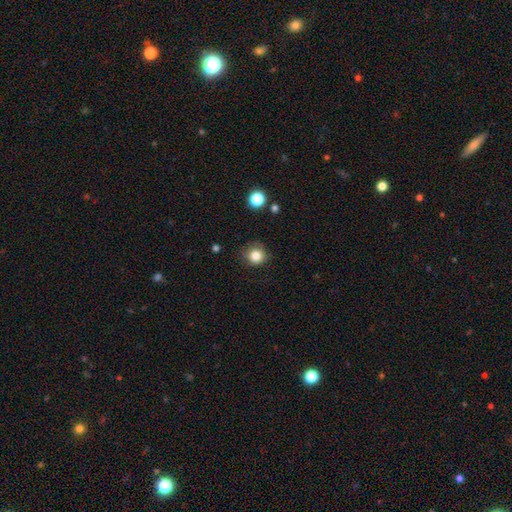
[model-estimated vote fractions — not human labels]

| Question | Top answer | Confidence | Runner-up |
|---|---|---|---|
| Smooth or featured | smooth | 83% | star or artifact (11%) |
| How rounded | round | 89% | in between (10%) |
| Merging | none | 78% | minor disturbance (16%) |